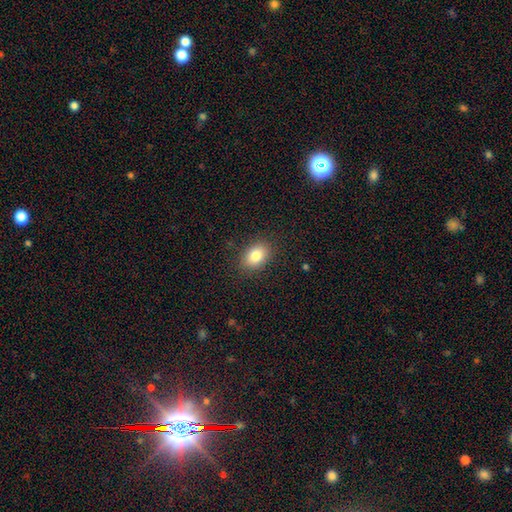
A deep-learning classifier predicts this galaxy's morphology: A smooth galaxy with no disk features (83%) that is in between round and cigar-shaped (75%). Merging: none (87%).